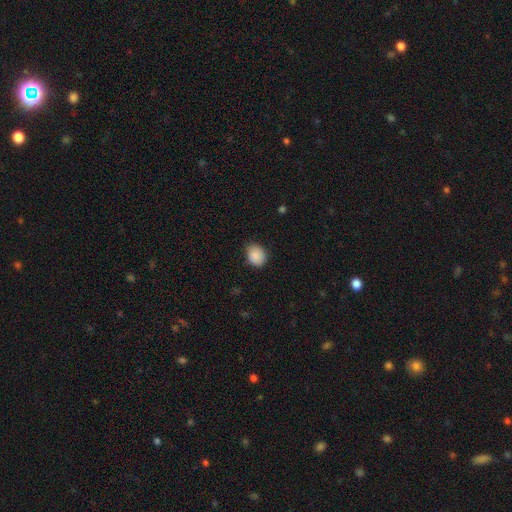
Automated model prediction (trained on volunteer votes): A smooth galaxy with no disk features (88%) that is round (56%).

Vote fractions:
- Smooth or featured? smooth: 88% / star or artifact: 8% / featured or disk: 4%
- How rounded? round: 56% / in between: 43% / cigar-shaped: 1%
- Merging? none: 77% / minor disturbance: 19% / major disturbance: 3% / merger: 1%